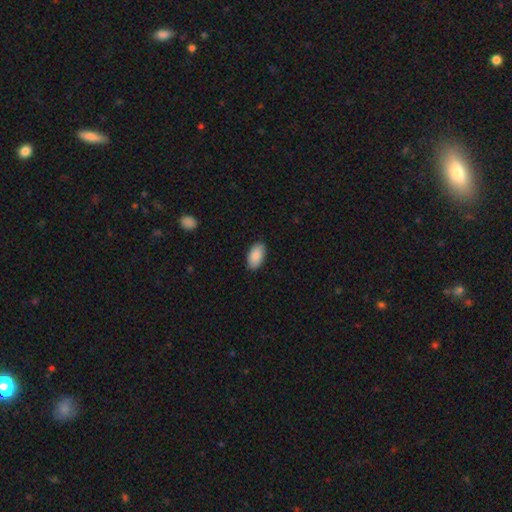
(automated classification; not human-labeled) Q: Smooth or featured?
A: smooth (89%); runner-up: star or artifact (6%)
Q: How rounded?
A: in between (95%); runner-up: round (3%)
Q: Merging?
A: none (88%); runner-up: minor disturbance (9%)